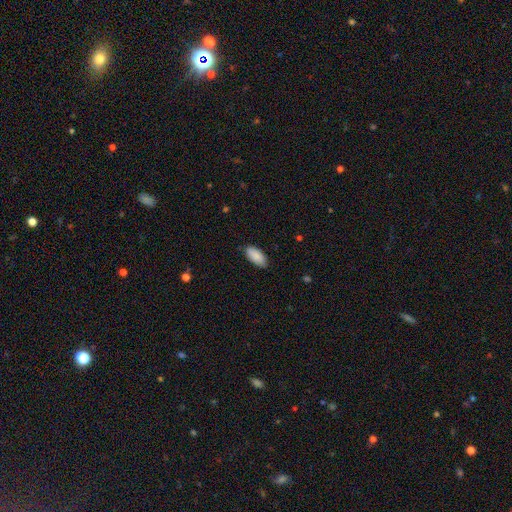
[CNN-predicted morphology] A smooth galaxy with no disk features (89%) that is in between round and cigar-shaped (92%). Merging: none (83%).